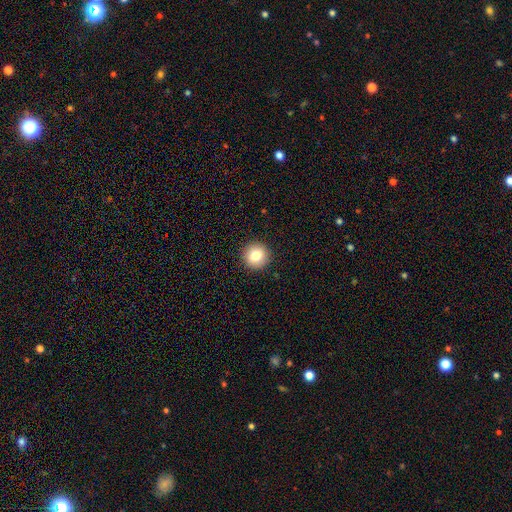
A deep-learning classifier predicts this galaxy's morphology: Smooth or featured? smooth (82%)
How rounded? round (94%)
Merging? none (93%)